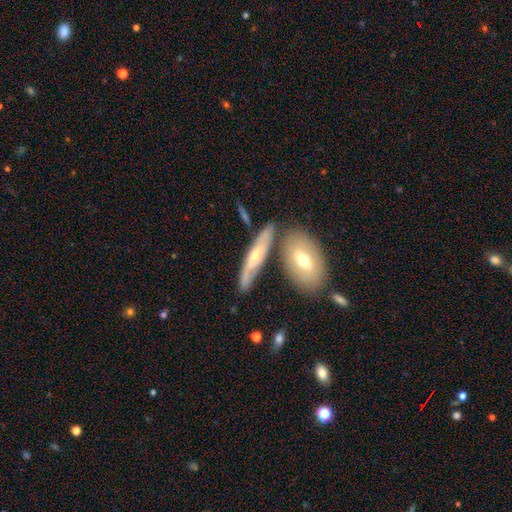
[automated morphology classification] A featured or disk galaxy (60%) viewed edge-on (54%). Merging: none (65%).